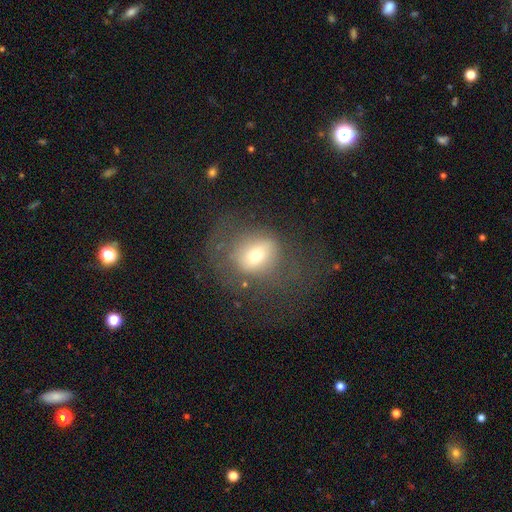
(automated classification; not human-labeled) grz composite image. It shows a smooth galaxy with no disk features (57%) that is round (60%). Merging: none (48%).